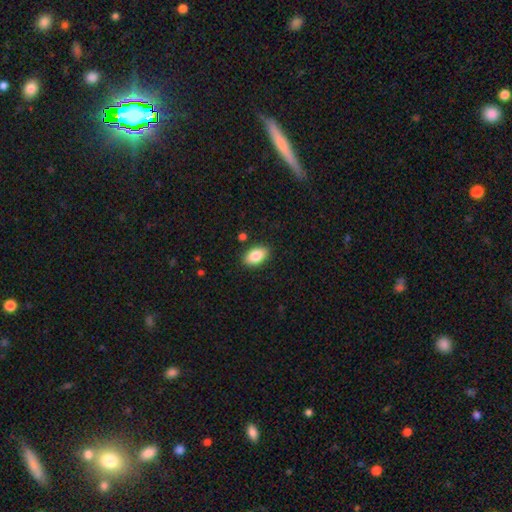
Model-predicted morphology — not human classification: Q: Smooth or featured?
A: smooth (84%); runner-up: featured or disk (9%)
Q: How rounded?
A: in between (91%); runner-up: round (7%)
Q: Merging?
A: none (87%); runner-up: minor disturbance (9%)